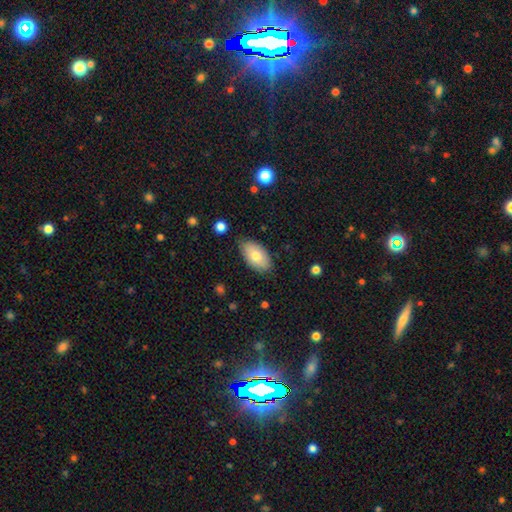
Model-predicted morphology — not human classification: type=smooth (74%); roundness=in between (94%); merging=none (76%).